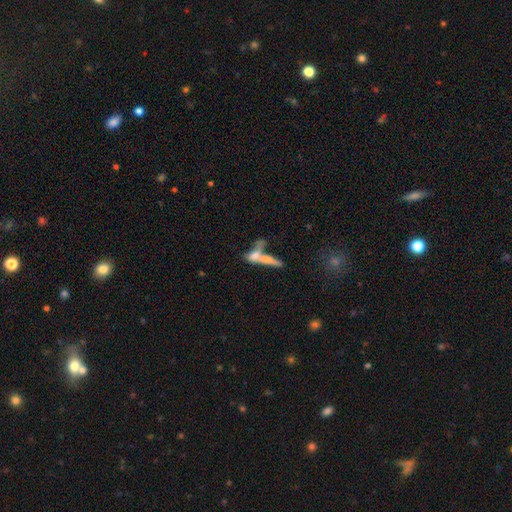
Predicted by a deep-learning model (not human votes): smooth-or-featured: smooth: 55% | featured or disk: 34% | star or artifact: 11%
  how-rounded: cigar-shaped: 61% | in between: 33% | round: 6%
  merging: merger: 55% | none: 23% | major disturbance: 12% | minor disturbance: 9%